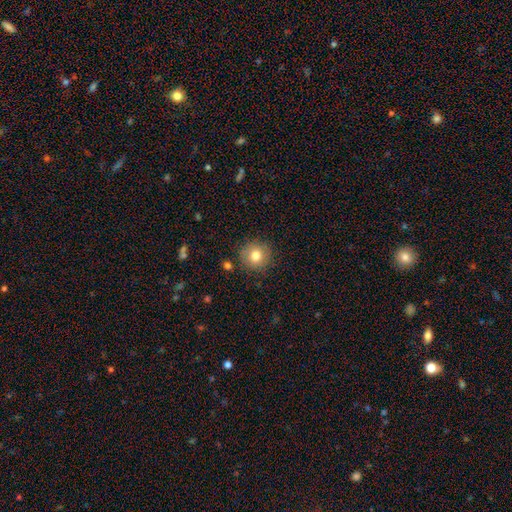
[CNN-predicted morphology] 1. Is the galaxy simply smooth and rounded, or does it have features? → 79% smooth, 10% featured or disk, 10% star or artifact.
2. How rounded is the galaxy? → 92% round, 7% in between, 1% cigar-shaped.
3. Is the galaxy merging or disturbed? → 87% none, 9% minor disturbance, 3% major disturbance, 2% merger.